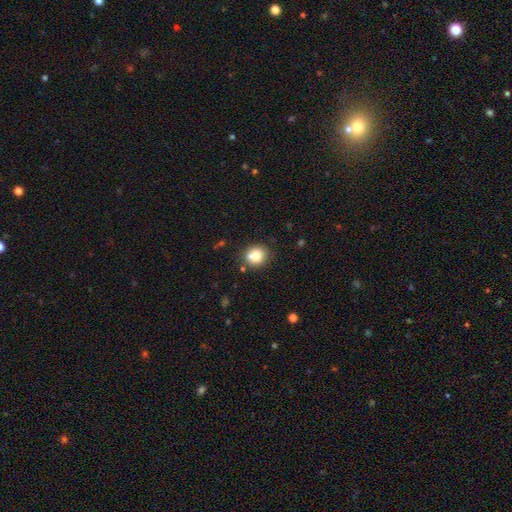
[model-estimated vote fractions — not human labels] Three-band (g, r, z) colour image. It shows a smooth galaxy with no disk features (77%) that is round (85%). Merging: none (73%).